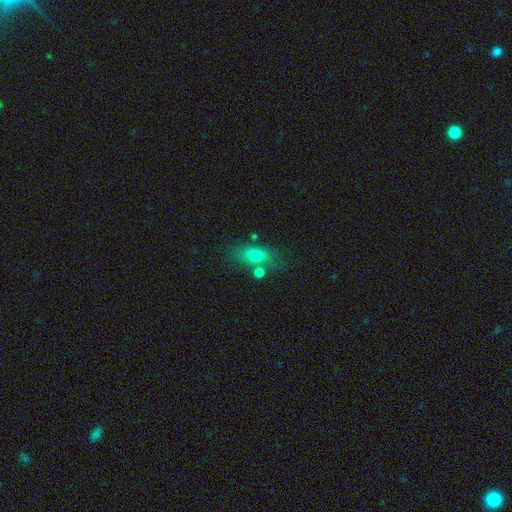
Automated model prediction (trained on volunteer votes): Smooth or featured: smooth — 74% (featured or disk — 16%)
How rounded: in between — 78% (cigar-shaped — 13%)
Merging: none — 58% (merger — 18%)